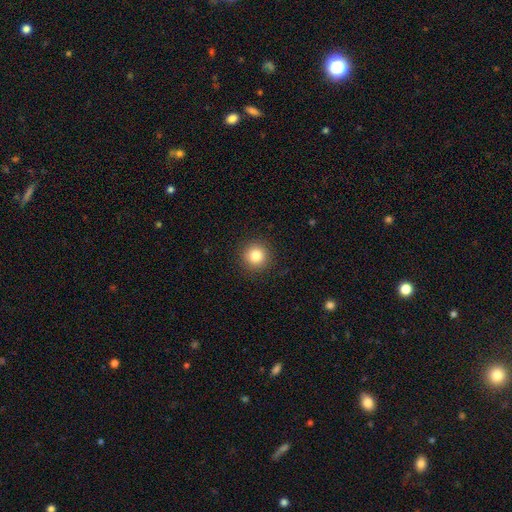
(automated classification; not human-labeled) Smooth or featured? Predicted: smooth (p=0.83). How rounded? Predicted: round (p=0.95). Merging? Predicted: none (p=0.91).